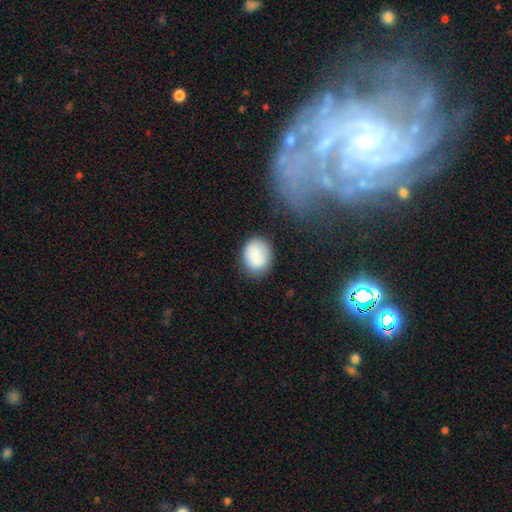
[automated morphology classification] The model was most divided on "how rounded": round: 54%, in between: 45%, cigar-shaped: 1%. More confident: smooth or featured — smooth (82%); merging — none (78%).